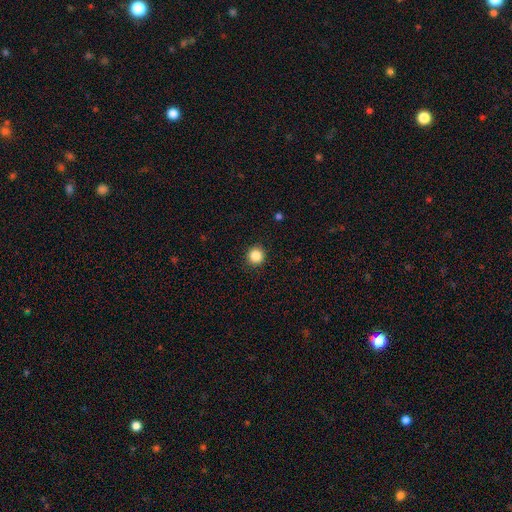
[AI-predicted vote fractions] Morphology: type=smooth (86%); roundness=round (94%); merging=none (91%).